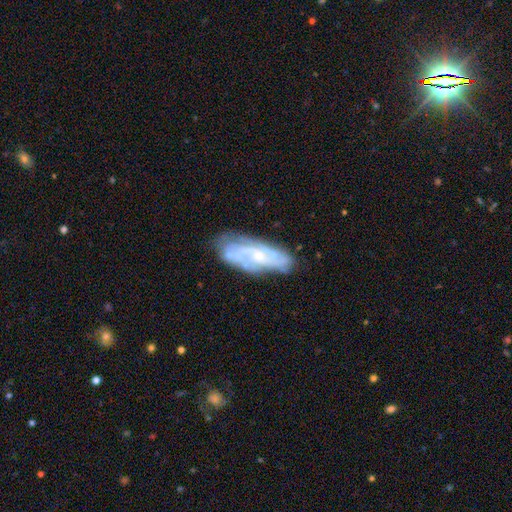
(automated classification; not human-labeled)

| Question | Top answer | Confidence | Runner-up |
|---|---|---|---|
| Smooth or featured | featured or disk | 75% | smooth (18%) |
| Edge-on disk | no | 87% | yes (13%) |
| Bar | no | 62% | weak (30%) |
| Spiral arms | yes | 83% | no (17%) |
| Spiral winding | tight | 49% | medium (38%) |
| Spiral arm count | can't tell | 44% | 2 (24%) |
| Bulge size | small | 59% | moderate (31%) |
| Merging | none | 72% | minor disturbance (19%) |